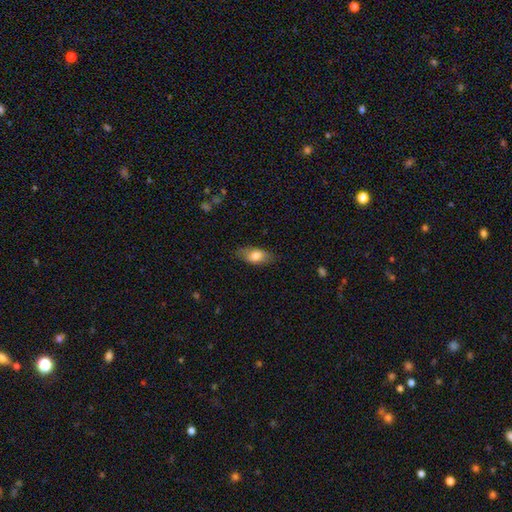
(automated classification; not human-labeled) Morphology: type=smooth (76%); roundness=in between (85%); merging=none (79%).